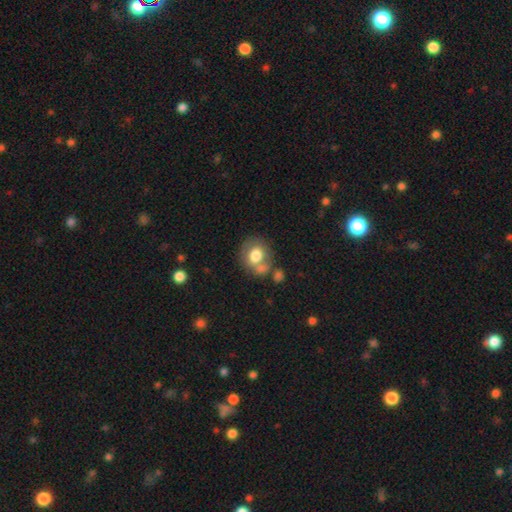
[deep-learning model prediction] Q: Smooth or featured?
A: smooth (70%); runner-up: featured or disk (22%)
Q: How rounded?
A: round (66%); runner-up: in between (33%)
Q: Merging?
A: none (48%); runner-up: merger (27%)